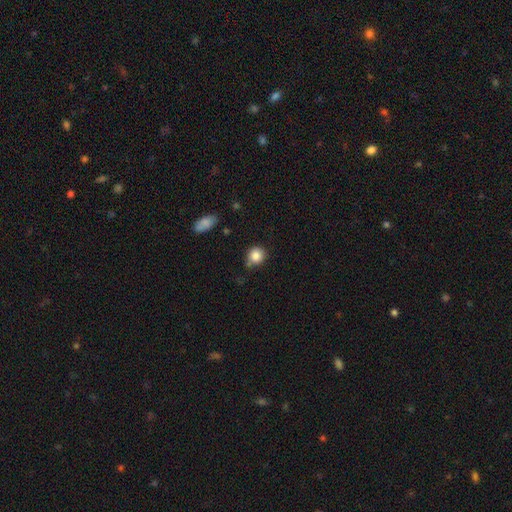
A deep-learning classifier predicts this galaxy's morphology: A smooth galaxy with no disk features (86%) that is round (85%).

Vote fractions:
- Smooth or featured? smooth: 86% / star or artifact: 10% / featured or disk: 5%
- How rounded? round: 85% / in between: 14% / cigar-shaped: 1%
- Merging? none: 69% / minor disturbance: 20% / merger: 6% / major disturbance: 4%